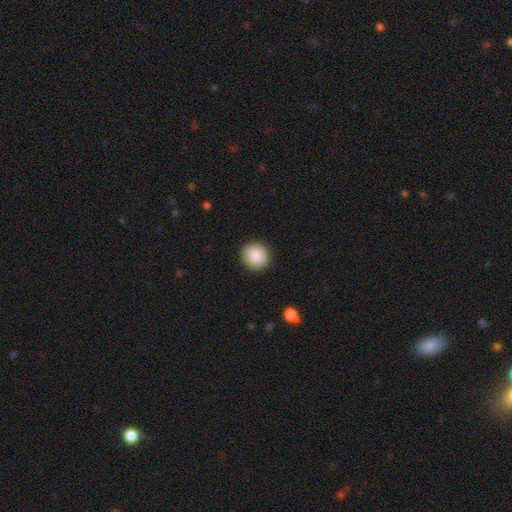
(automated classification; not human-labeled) The model was most divided on "smooth or featured": smooth: 88%, star or artifact: 7%, featured or disk: 4%. More confident: merging — none (92%); how rounded — round (91%).